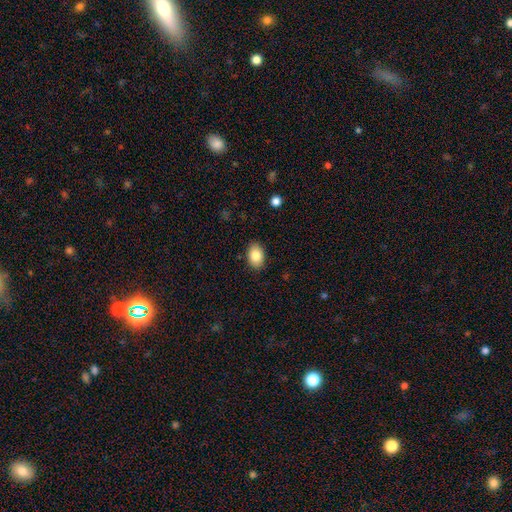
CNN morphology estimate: smooth 85%, star or artifact 8%, featured or disk 8%. Down the decision tree: how rounded — in between (85%); merging — none (87%).